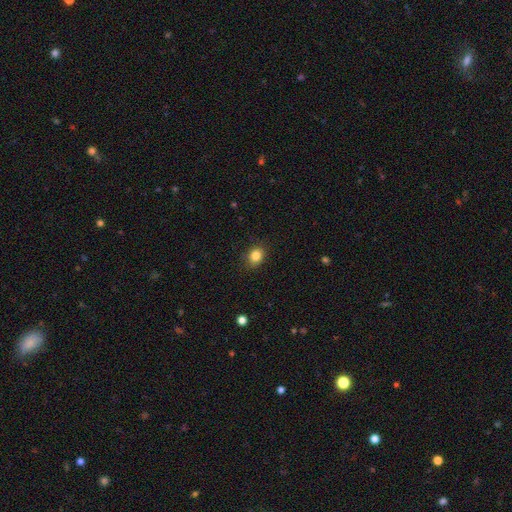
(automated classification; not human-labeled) Smooth or featured? Predicted: smooth (p=0.84). How rounded? Predicted: round (p=0.54). Merging? Predicted: none (p=0.85).